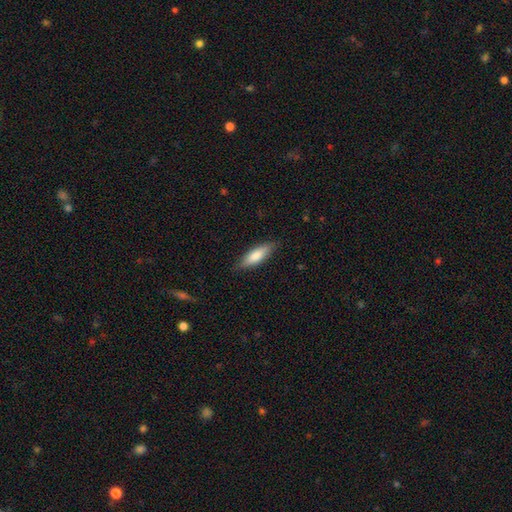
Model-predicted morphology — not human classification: Q: Smooth or featured?
A: smooth (76%); runner-up: featured or disk (18%)
Q: How rounded?
A: in between (49%); tied with: cigar-shaped (49%)
Q: Merging?
A: none (83%); runner-up: minor disturbance (14%)